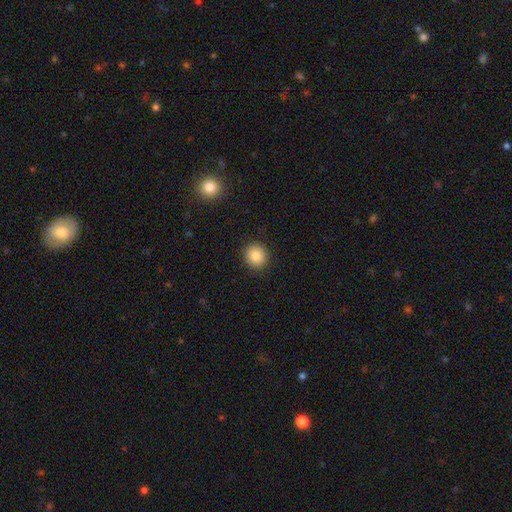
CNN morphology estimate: type=smooth (85%); roundness=round (86%); merging=none (91%).